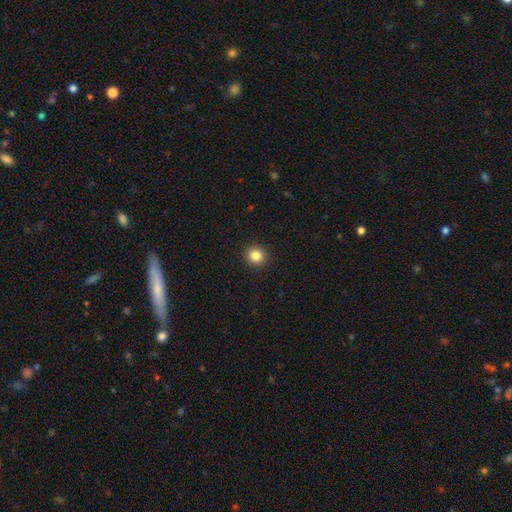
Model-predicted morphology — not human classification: A smooth galaxy with no disk features (84%) that is round (91%). Merging: none (93%).